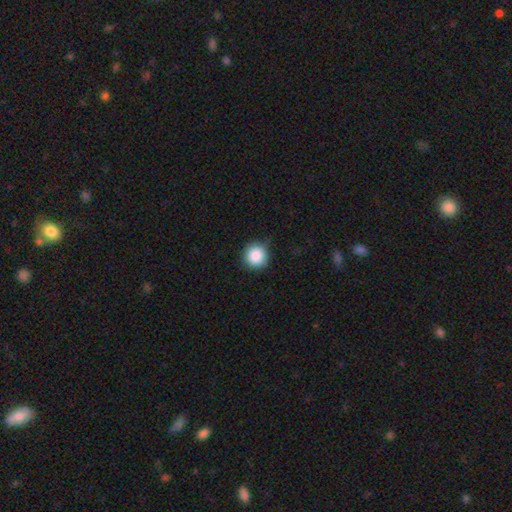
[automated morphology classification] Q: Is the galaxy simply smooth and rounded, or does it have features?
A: smooth — 88%.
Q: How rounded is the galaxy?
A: round — 94%.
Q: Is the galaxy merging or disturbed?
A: none — 80%.